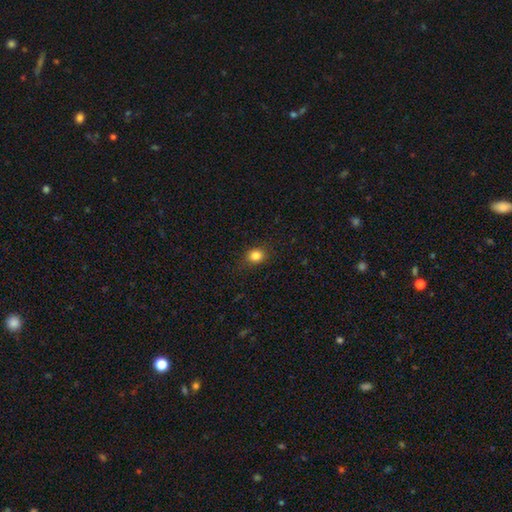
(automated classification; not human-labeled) This appears to be a smooth galaxy with no disk features (82%) that is round (70%). Merging: none (86%).